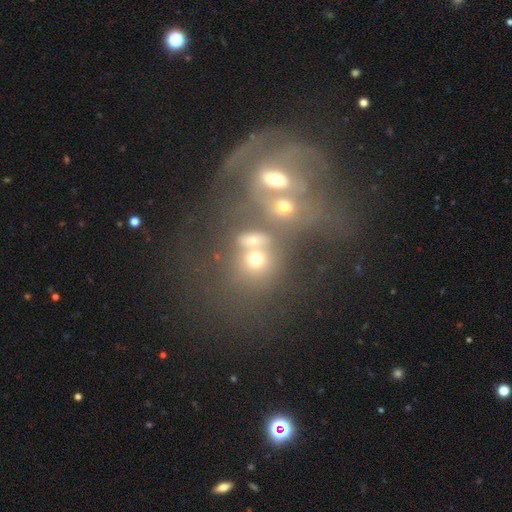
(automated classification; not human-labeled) Morphology: type=smooth (46%); merging=merger (62%).